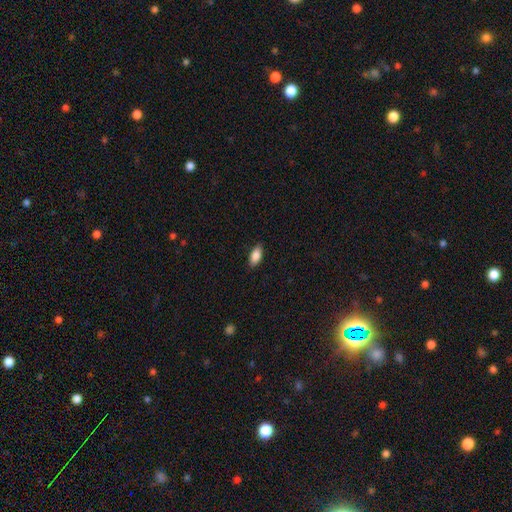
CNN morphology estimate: Q: Smooth or featured?
A: smooth (87%); runner-up: star or artifact (7%)
Q: How rounded?
A: in between (90%); runner-up: cigar-shaped (8%)
Q: Merging?
A: none (88%); runner-up: minor disturbance (9%)